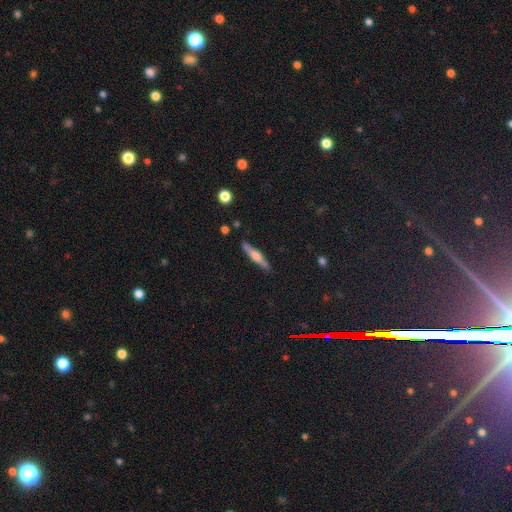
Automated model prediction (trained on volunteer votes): smooth_or_featured: featured or disk (p=0.58) [alt: smooth p=0.35]
disk_edge_on: yes (p=0.96) [alt: no p=0.04]
edge_on_bulge: rounded (p=0.78) [alt: boxy p=0.14]
merging: none (p=0.88) [alt: minor disturbance p=0.09]